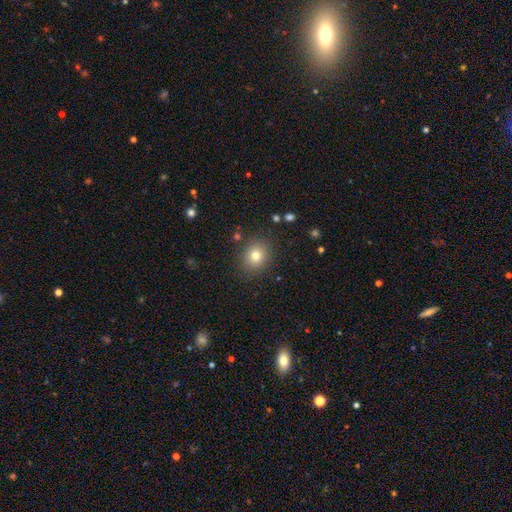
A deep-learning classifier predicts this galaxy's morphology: A smooth galaxy with no disk features (78%) that is round (73%). Merging: none (86%).